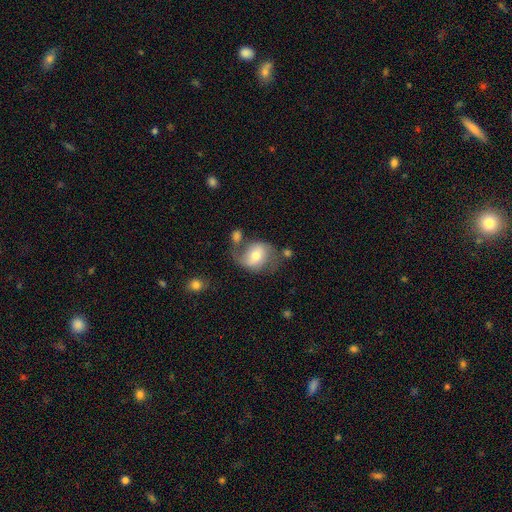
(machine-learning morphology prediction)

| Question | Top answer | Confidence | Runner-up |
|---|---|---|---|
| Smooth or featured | featured or disk | 61% | smooth (32%) |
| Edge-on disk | no | 97% | yes (3%) |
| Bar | weak | 41% | no (39%) |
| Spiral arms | yes | 84% | no (16%) |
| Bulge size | moderate | 64% | small (25%) |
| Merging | none | 44% | minor disturbance (21%) |